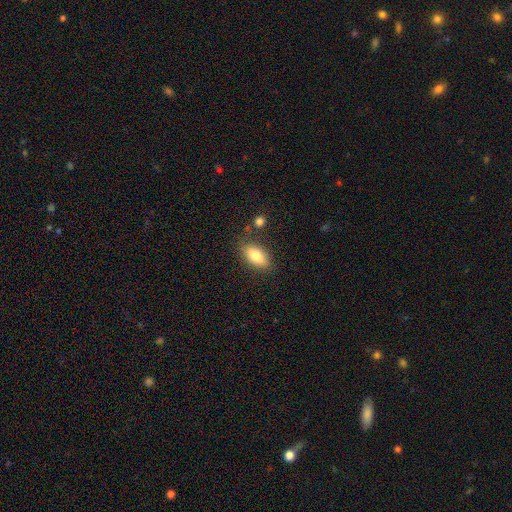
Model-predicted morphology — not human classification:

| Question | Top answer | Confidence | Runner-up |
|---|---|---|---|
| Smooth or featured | smooth | 80% | featured or disk (12%) |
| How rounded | in between | 89% | cigar-shaped (7%) |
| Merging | none | 79% | minor disturbance (13%) |